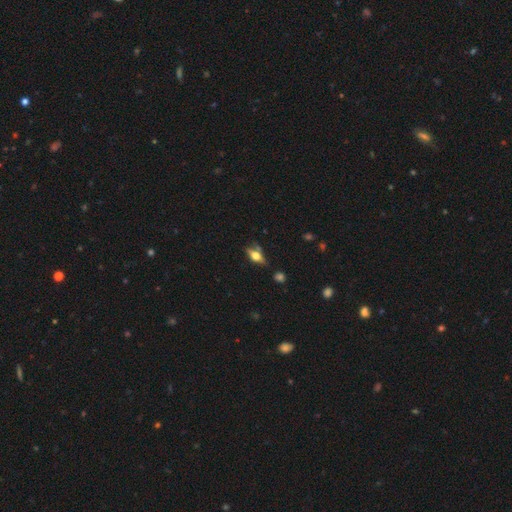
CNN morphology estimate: smooth 45%, featured or disk 44%, star or artifact 12%. Down the decision tree: merging — none (60%).